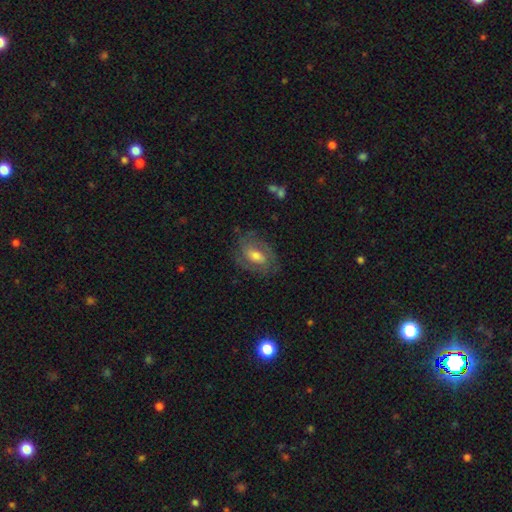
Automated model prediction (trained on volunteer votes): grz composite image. It shows a featured or disk galaxy (62%) with no bar (42%), spiral arms (76%) and a moderate central bulge (61%). Merging: none (74%).